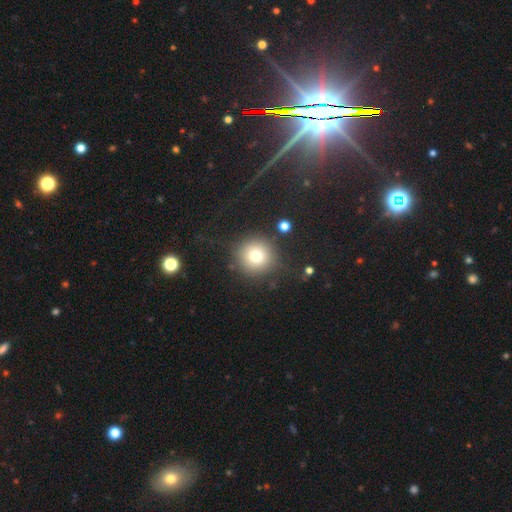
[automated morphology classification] A smooth galaxy with no disk features (75%) that is round (95%).

Vote fractions:
- Smooth or featured? smooth: 75% / star or artifact: 14% / featured or disk: 11%
- How rounded? round: 95% / in between: 5% / cigar-shaped: 1%
- Merging? none: 84% / minor disturbance: 9% / major disturbance: 5% / merger: 3%